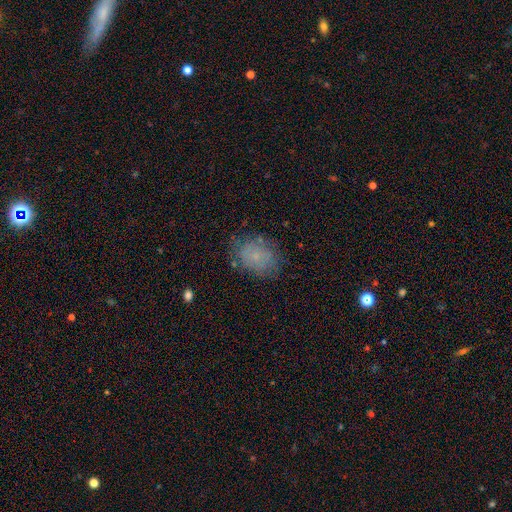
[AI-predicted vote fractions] Morphology: type=smooth (61%); roundness=in between (67%); merging=none (71%).